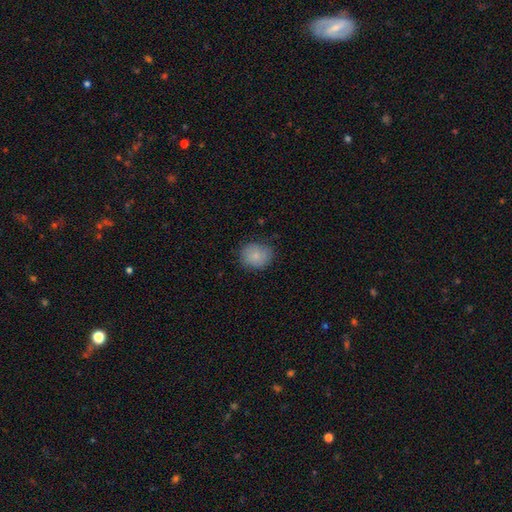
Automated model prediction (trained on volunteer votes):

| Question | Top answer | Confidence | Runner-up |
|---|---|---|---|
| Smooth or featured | smooth | 81% | featured or disk (11%) |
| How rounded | round | 71% | in between (28%) |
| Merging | none | 78% | minor disturbance (18%) |